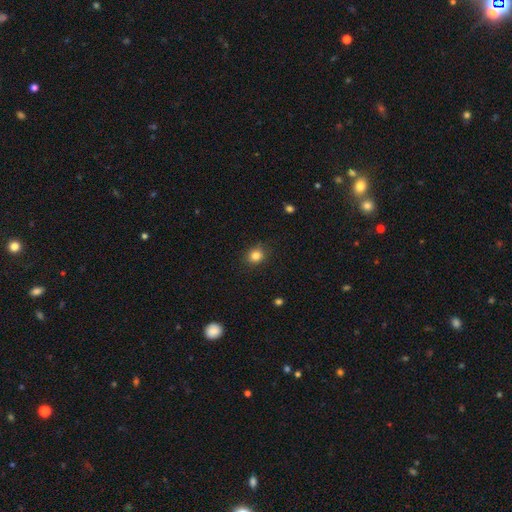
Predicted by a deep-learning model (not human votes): Smooth or featured? smooth (84%)
How rounded? round (75%)
Merging? none (86%)